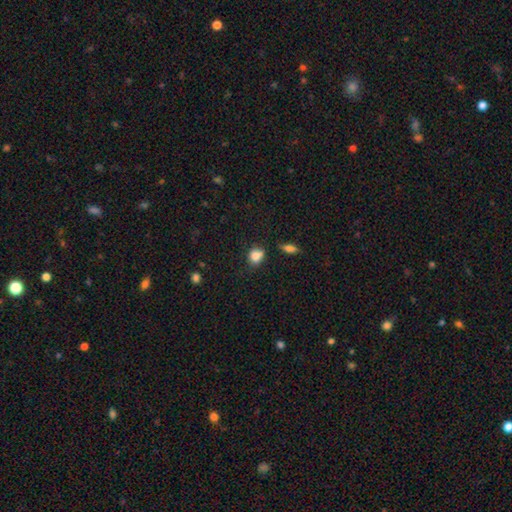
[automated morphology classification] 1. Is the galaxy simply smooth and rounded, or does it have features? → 82% smooth, 10% star or artifact, 8% featured or disk.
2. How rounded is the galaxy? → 54% round, 44% in between, 2% cigar-shaped.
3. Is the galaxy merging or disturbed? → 54% none, 27% minor disturbance, 13% merger, 7% major disturbance.